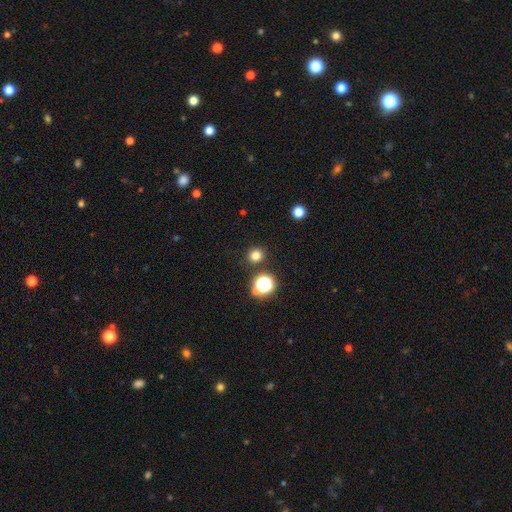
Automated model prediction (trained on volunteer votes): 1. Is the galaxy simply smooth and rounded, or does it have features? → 77% smooth, 18% star or artifact, 5% featured or disk.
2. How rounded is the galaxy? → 89% round, 10% in between, 1% cigar-shaped.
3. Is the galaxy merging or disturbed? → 89% none, 6% minor disturbance, 3% merger, 2% major disturbance.